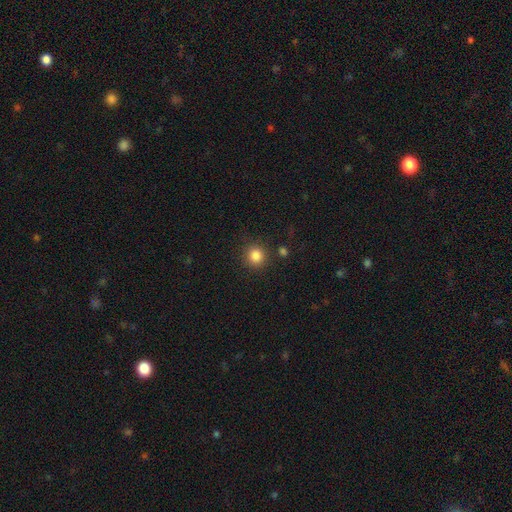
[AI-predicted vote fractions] The model was most divided on "smooth or featured": smooth: 85%, star or artifact: 11%, featured or disk: 4%. More confident: how rounded — round (91%); merging — none (87%).